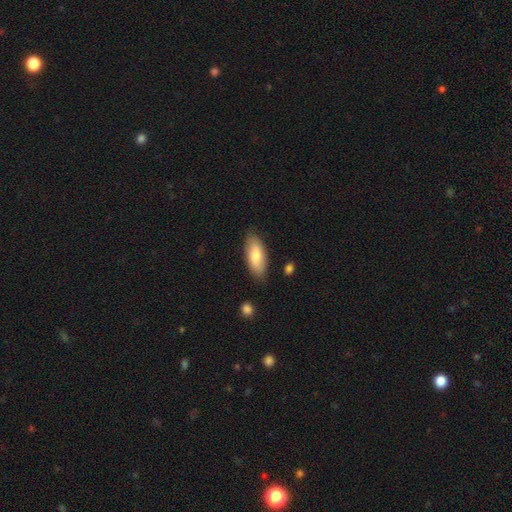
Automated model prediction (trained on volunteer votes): Q: Smooth or featured?
A: smooth (77%); runner-up: featured or disk (18%)
Q: How rounded?
A: in between (84%); runner-up: cigar-shaped (14%)
Q: Merging?
A: none (84%); runner-up: minor disturbance (12%)